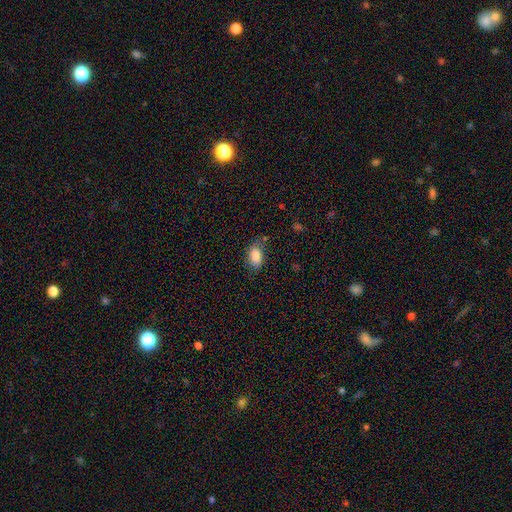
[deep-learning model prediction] Smooth or featured: smooth — 86% (star or artifact — 8%)
How rounded: in between — 89% (round — 9%)
Merging: none — 68% (minor disturbance — 23%)